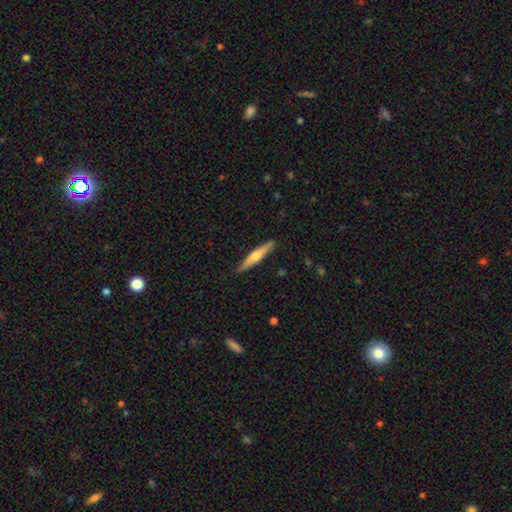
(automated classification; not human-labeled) This is possibly a featured or disk galaxy (57%). It is clearly viewed edge-on (95%). Edge-on bulge: clearly rounded (91%). Merging: clearly none (89%).